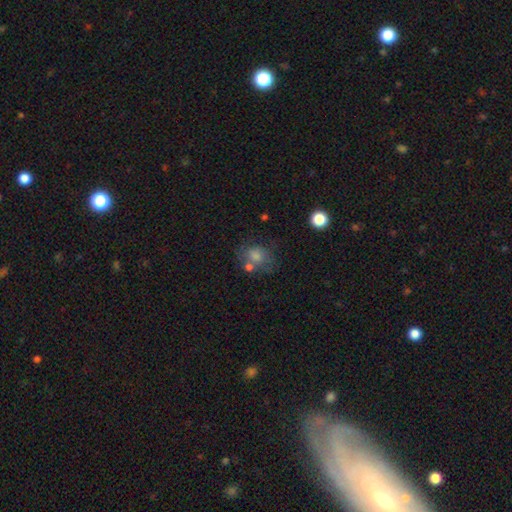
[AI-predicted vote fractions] This appears to be a smooth galaxy with no disk features (64%) that is round (57%). Merging: none (52%).